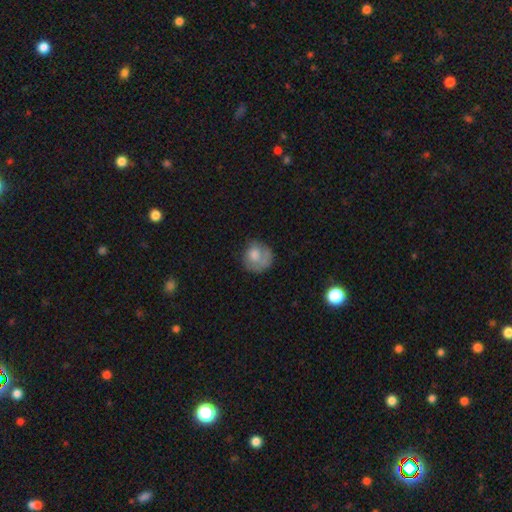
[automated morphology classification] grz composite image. It shows a smooth galaxy with no disk features (66%) that is round (80%). Merging: none (53%).